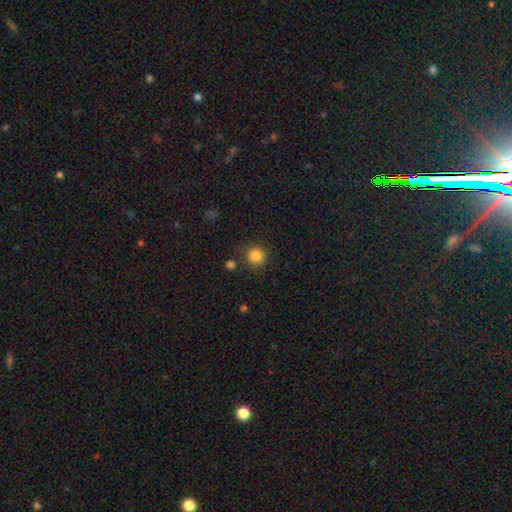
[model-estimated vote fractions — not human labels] Smooth or featured? Predicted: smooth (p=0.85). How rounded? Predicted: round (p=0.94). Merging? Predicted: none (p=0.84).